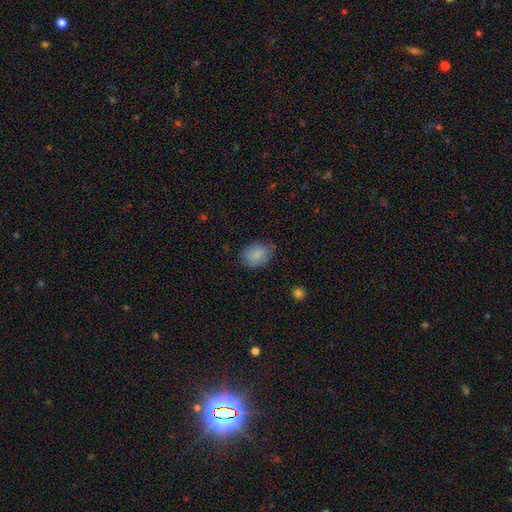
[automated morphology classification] A smooth galaxy with no disk features (85%) that is in between round and cigar-shaped (73%). Merging: none (71%).